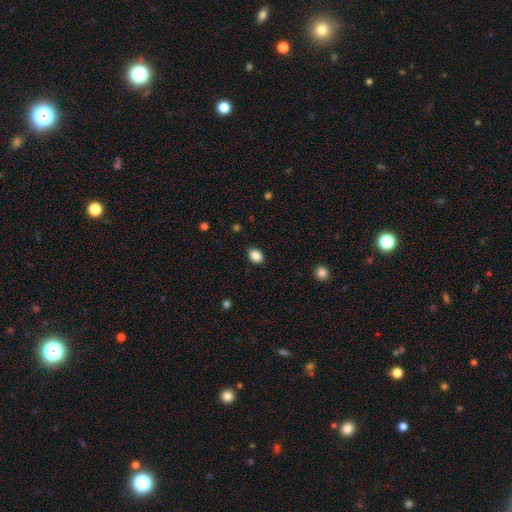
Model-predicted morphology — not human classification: smooth 88%, star or artifact 9%, featured or disk 4%. Down the decision tree: how rounded — in between (76%); merging — none (88%).